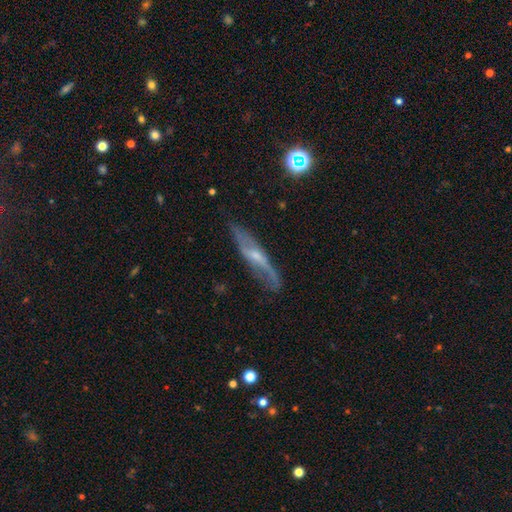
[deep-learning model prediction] This appears to be a featured or disk galaxy (73%) viewed edge-on (50%, tied with no). Merging: none (73%).